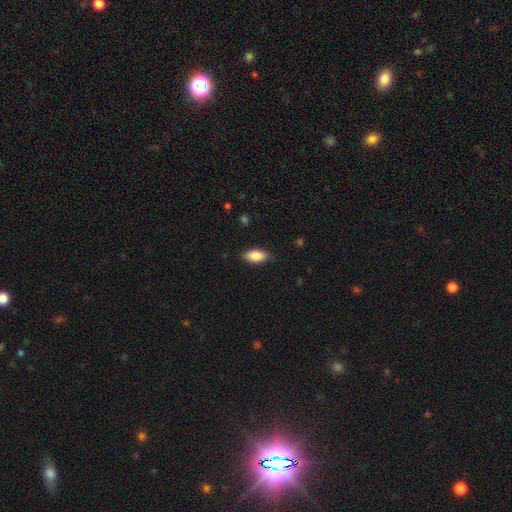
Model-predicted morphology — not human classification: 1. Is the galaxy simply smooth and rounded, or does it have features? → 86% smooth, 8% featured or disk, 6% star or artifact.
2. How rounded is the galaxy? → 88% in between, 9% cigar-shaped, 2% round.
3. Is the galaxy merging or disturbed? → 85% none, 11% minor disturbance, 2% major disturbance, 1% merger.